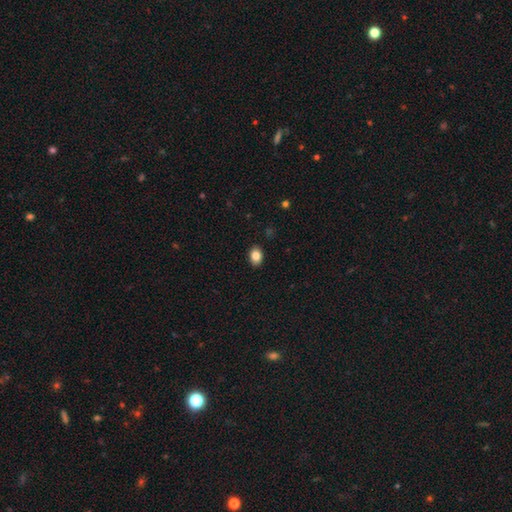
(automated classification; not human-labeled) A smooth galaxy with no disk features (84%) that is in between round and cigar-shaped (71%). Merging: none (90%).